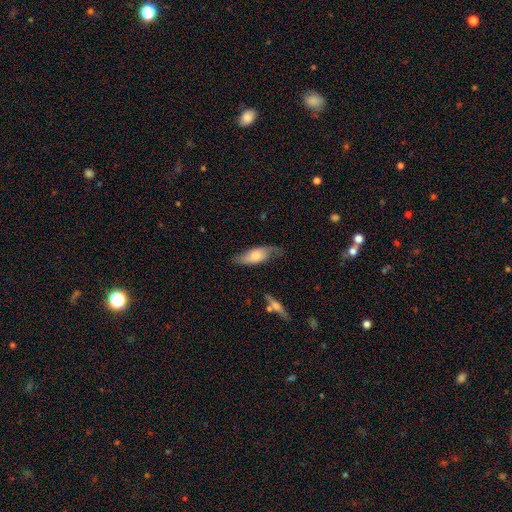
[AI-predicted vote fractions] Morphology: type=smooth (49%); merging=none (58%).